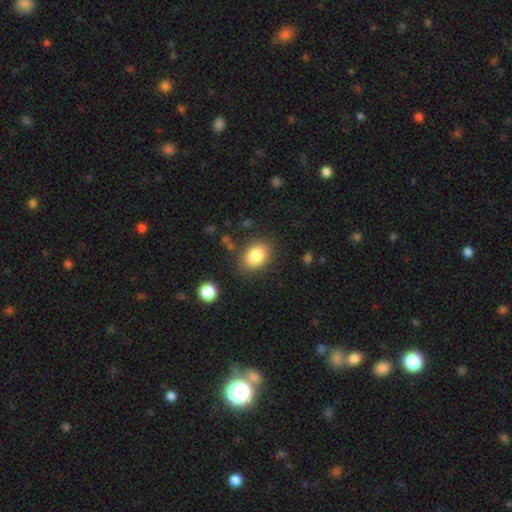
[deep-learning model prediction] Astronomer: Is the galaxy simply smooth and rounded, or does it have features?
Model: smooth — 84%.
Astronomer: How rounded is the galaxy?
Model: in between — 74%.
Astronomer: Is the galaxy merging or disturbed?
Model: none — 83%.